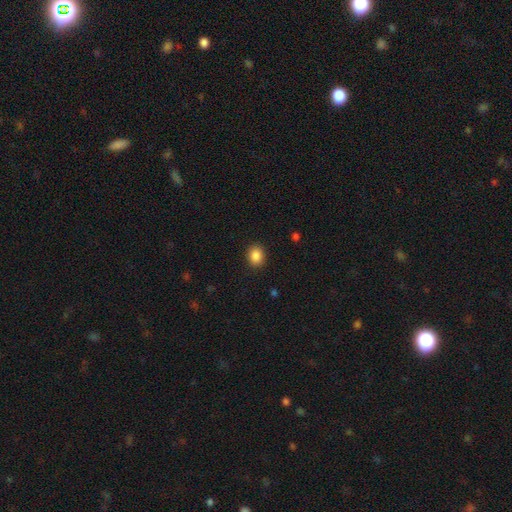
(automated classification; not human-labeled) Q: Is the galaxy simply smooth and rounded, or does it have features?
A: smooth — 87%.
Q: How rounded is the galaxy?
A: round — 57%.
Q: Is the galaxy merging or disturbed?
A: none — 90%.